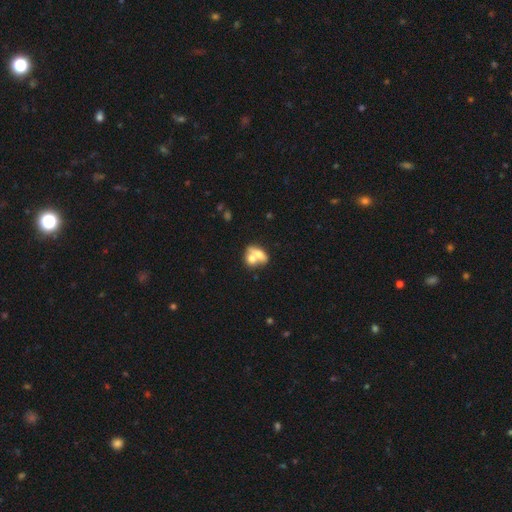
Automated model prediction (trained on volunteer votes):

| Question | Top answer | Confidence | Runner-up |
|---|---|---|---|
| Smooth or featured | smooth | 60% | featured or disk (32%) |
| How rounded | in between | 68% | round (26%) |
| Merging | merger | 66% | none (22%) |